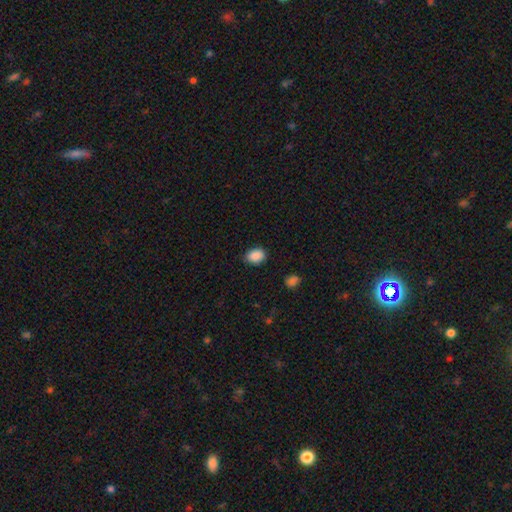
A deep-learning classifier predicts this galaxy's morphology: smooth_or_featured: smooth (p=0.89) [alt: star or artifact p=0.08]
how_rounded: in between (p=0.63) [alt: round p=0.36]
merging: none (p=0.82) [alt: minor disturbance p=0.14]